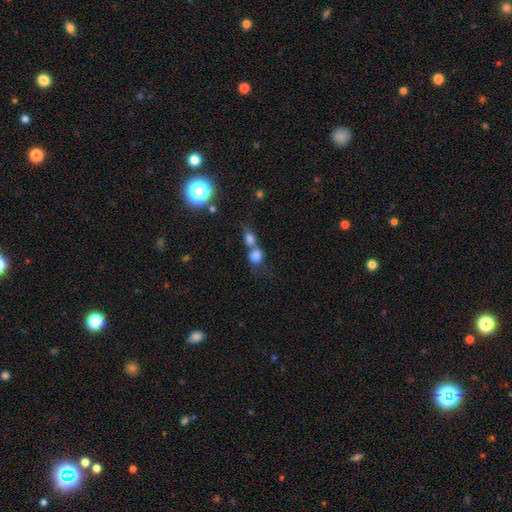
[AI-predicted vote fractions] A smooth galaxy with no disk features (77%) that is round (60%). Merging: merger (68%).